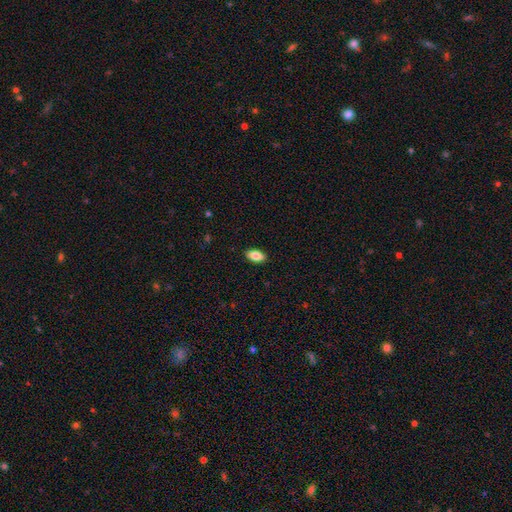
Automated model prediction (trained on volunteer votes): Q: Smooth or featured?
A: smooth (84%); runner-up: featured or disk (9%)
Q: How rounded?
A: in between (90%); runner-up: cigar-shaped (6%)
Q: Merging?
A: none (89%); runner-up: minor disturbance (8%)